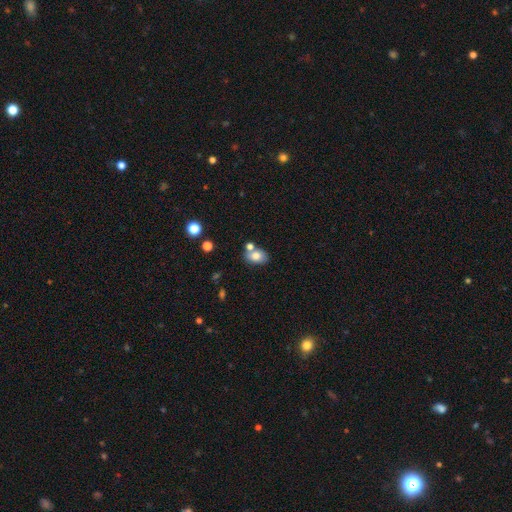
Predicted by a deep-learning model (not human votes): Smooth or featured: smooth — 76% (featured or disk — 14%)
How rounded: in between — 79% (round — 20%)
Merging: none — 60% (merger — 23%)